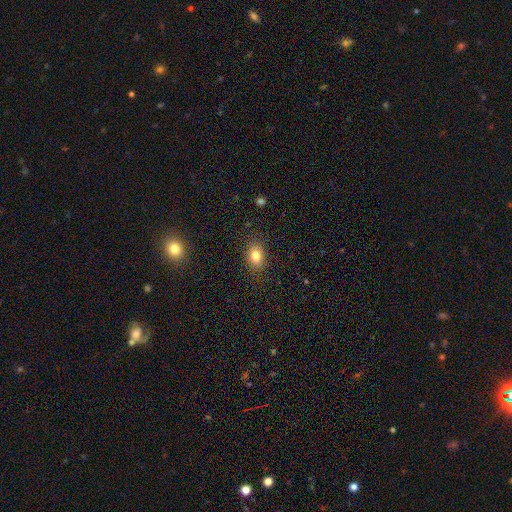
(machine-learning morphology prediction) Overall: smooth (80%). How rounded: in between (74%). Merging: none (86%).